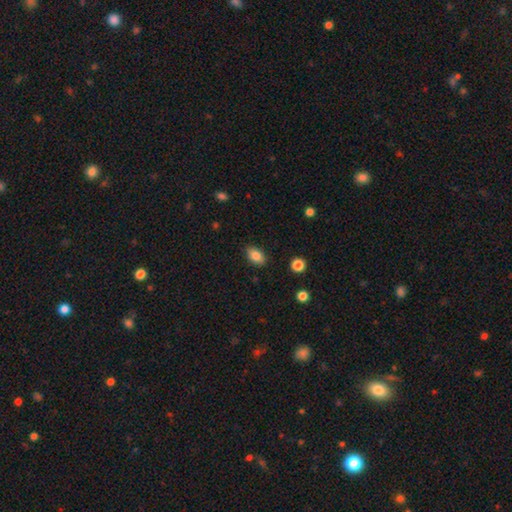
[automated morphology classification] Overall: smooth (85%). How rounded: in between (89%). Merging: none (86%).